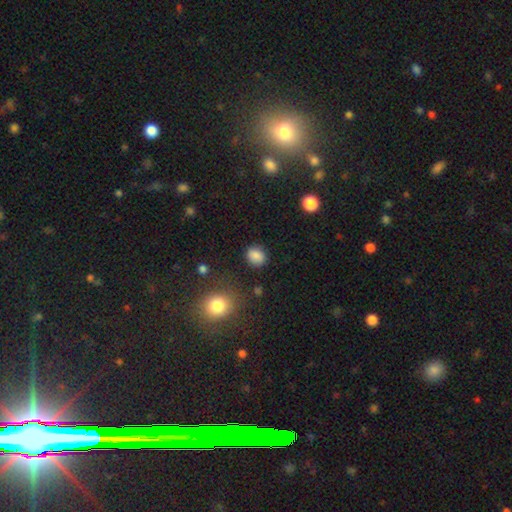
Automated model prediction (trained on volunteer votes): Q: Smooth or featured?
A: smooth (85%); runner-up: star or artifact (10%)
Q: How rounded?
A: round (64%); runner-up: in between (35%)
Q: Merging?
A: none (84%); runner-up: minor disturbance (10%)